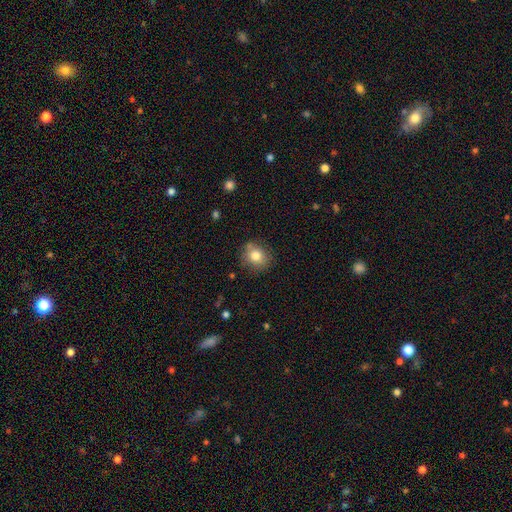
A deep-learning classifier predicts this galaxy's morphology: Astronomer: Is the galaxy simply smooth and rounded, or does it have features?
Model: smooth — 80%.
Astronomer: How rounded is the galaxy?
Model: round — 80%.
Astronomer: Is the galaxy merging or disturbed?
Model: none — 79%.